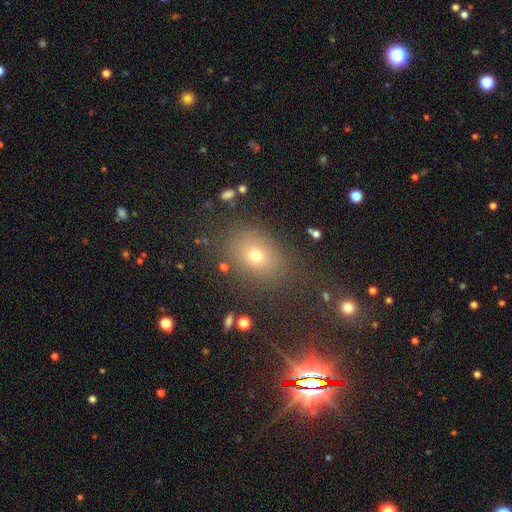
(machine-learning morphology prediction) Smooth or featured? Predicted: smooth (p=0.67). How rounded? Predicted: in between (p=0.55). Merging? Predicted: none (p=0.79).